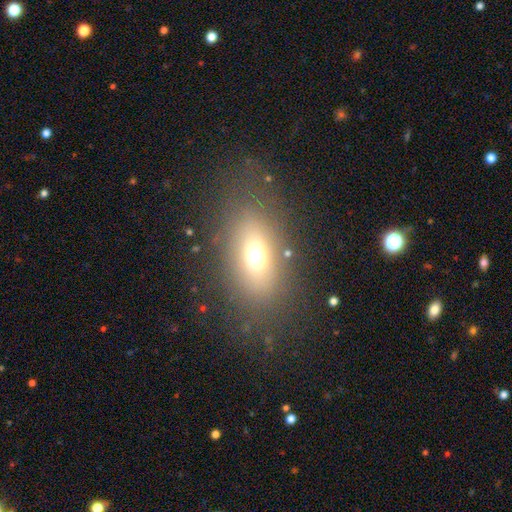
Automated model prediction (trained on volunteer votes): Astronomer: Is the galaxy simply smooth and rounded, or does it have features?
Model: smooth — 62%.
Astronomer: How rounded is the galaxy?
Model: in between — 74%.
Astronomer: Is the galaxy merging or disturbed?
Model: none — 79%.